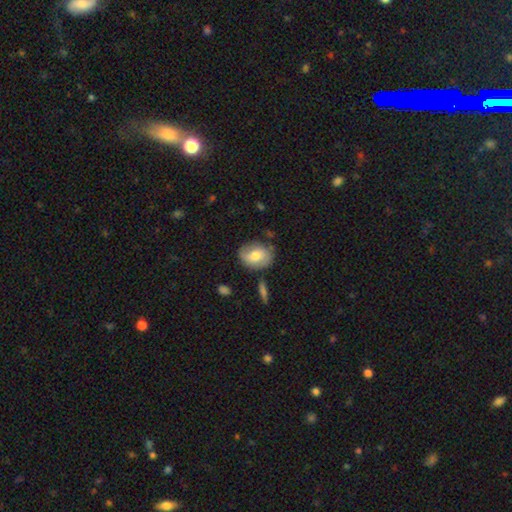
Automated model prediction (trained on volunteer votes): Smooth or featured?
  - smooth: 62% *
  - featured or disk: 31%
  - star or artifact: 7%
How rounded?
  - in between: 55% *
  - round: 44%
  - cigar-shaped: 1%
Merging?
  - none: 71% *
  - minor disturbance: 20%
  - major disturbance: 5%
  - merger: 4%